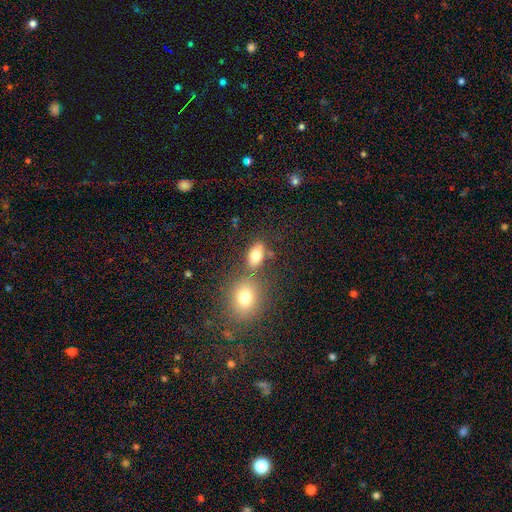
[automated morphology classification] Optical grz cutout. It shows a smooth galaxy with no disk features (79%) that is in between round and cigar-shaped (82%). Merging: none (63%).